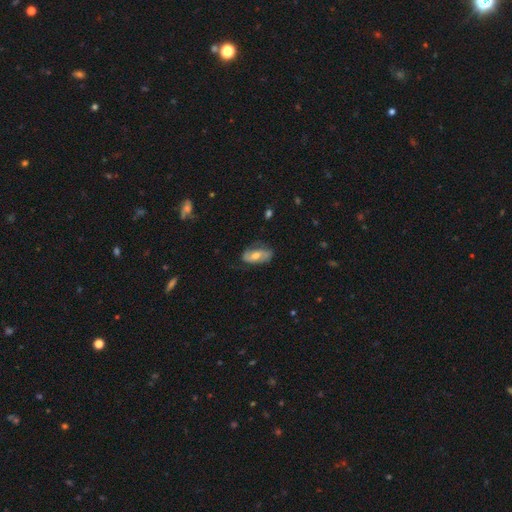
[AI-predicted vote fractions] This appears to be a featured or disk galaxy (56%) with no bar (45%), spiral arms (78%) and a moderate central bulge (69%). Merging: none (67%).